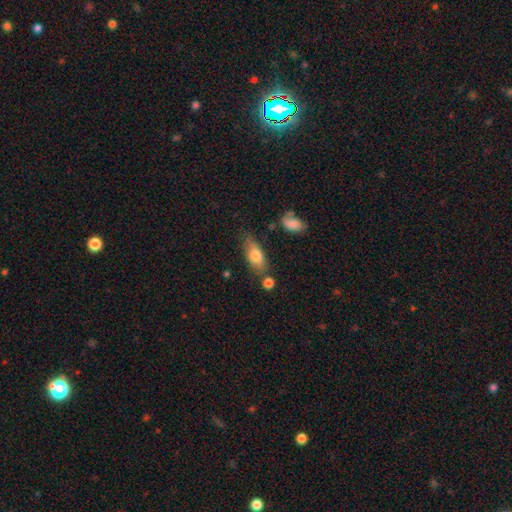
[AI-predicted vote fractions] A smooth galaxy with no disk features (75%) that is in between round and cigar-shaped (75%). Merging: none (64%).